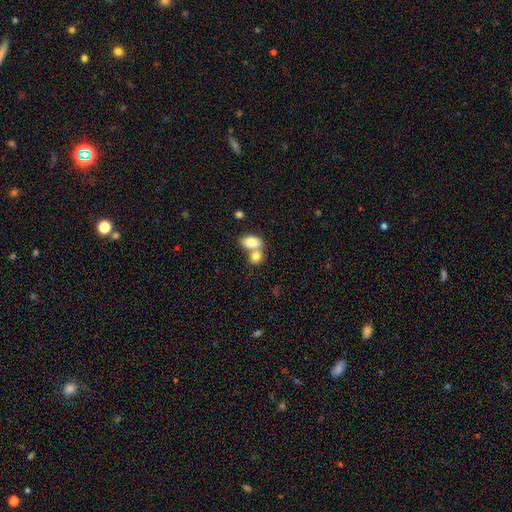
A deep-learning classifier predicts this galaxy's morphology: A smooth galaxy with no disk features (82%) that is in between round and cigar-shaped (78%). Merging: merger (58%).